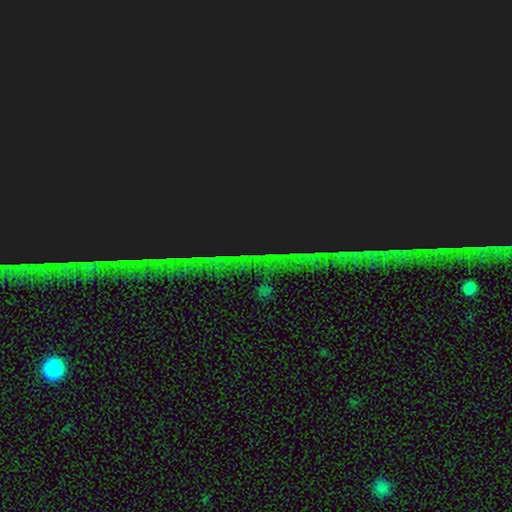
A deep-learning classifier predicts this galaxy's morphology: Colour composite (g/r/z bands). It shows a star or artifact, not a galaxy (86%).